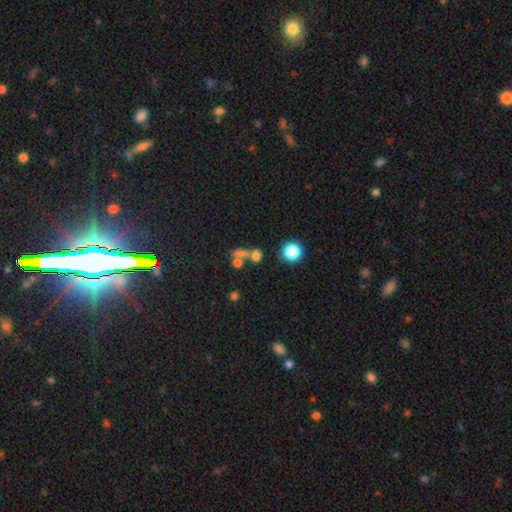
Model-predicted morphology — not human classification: A smooth galaxy with no disk features (66%) that is round (52%).

Vote fractions:
- Smooth or featured? smooth: 66% / star or artifact: 21% / featured or disk: 13%
- How rounded? round: 52% / in between: 35% / cigar-shaped: 13%
- Merging? none: 45% / merger: 38% / minor disturbance: 10% / major disturbance: 8%